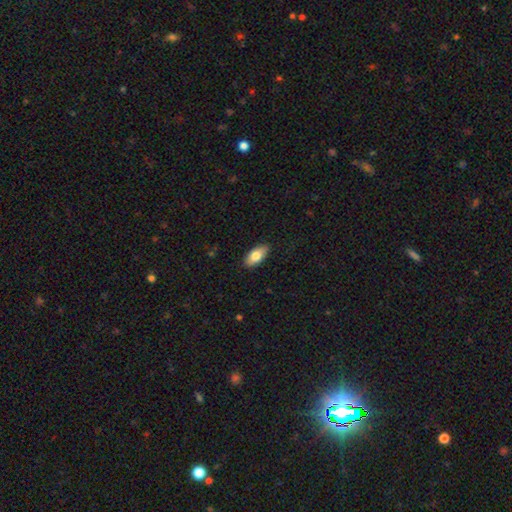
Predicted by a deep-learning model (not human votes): Smooth or featured? Predicted: smooth (p=0.78). How rounded? Predicted: in between (p=0.90). Merging? Predicted: none (p=0.88).